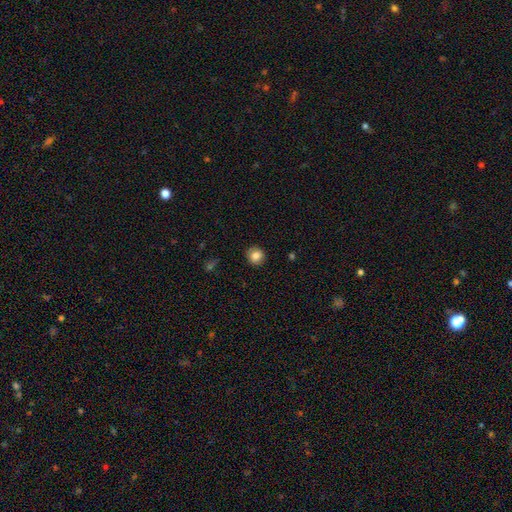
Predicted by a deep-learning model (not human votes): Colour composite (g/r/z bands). It shows a smooth galaxy with no disk features (85%) that is round (89%). Merging: none (89%).